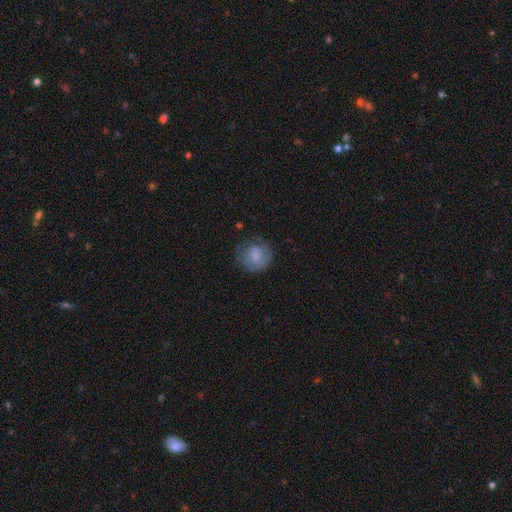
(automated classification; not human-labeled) smooth 53%, featured or disk 40%, star or artifact 8%. Down the decision tree: how rounded — round (86%); merging — none (67%).